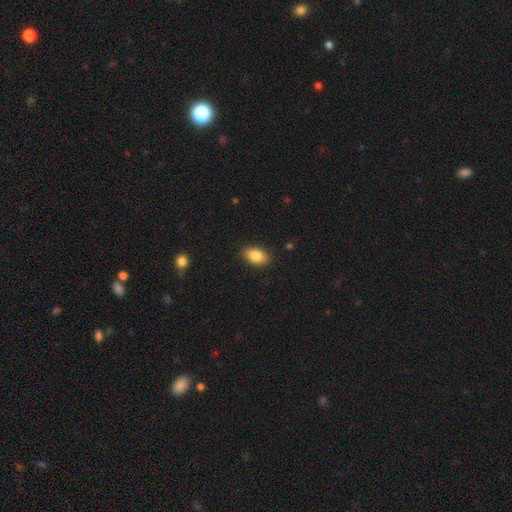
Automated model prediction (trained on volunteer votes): Smooth or featured: smooth — 86% (star or artifact — 8%)
How rounded: in between — 90% (round — 7%)
Merging: none — 87% (minor disturbance — 10%)